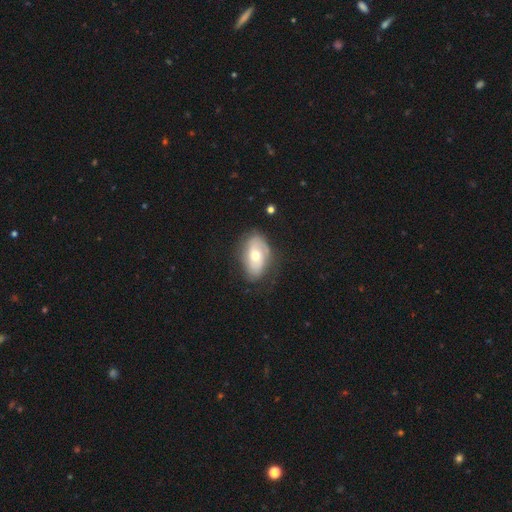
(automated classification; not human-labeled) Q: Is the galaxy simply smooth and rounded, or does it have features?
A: featured or disk — 53%.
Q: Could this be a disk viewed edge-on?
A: no — 91%.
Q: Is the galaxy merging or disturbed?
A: none — 68%.